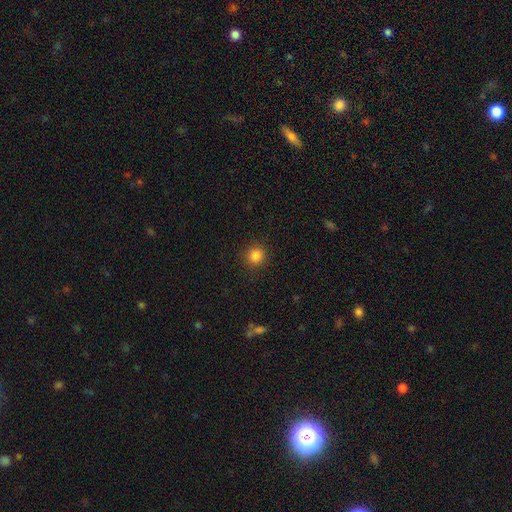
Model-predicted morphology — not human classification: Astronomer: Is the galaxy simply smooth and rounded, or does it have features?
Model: smooth — 84%.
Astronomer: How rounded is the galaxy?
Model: round — 91%.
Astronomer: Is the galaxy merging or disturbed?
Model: none — 90%.